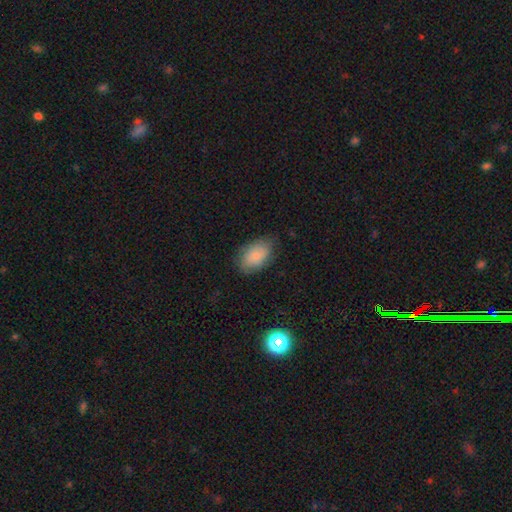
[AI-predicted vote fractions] A smooth galaxy with no disk features (80%) that is in between round and cigar-shaped (90%).

Vote fractions:
- Smooth or featured? smooth: 80% / featured or disk: 13% / star or artifact: 7%
- How rounded? in between: 90% / round: 9% / cigar-shaped: 1%
- Merging? none: 73% / minor disturbance: 21% / major disturbance: 5% / merger: 1%